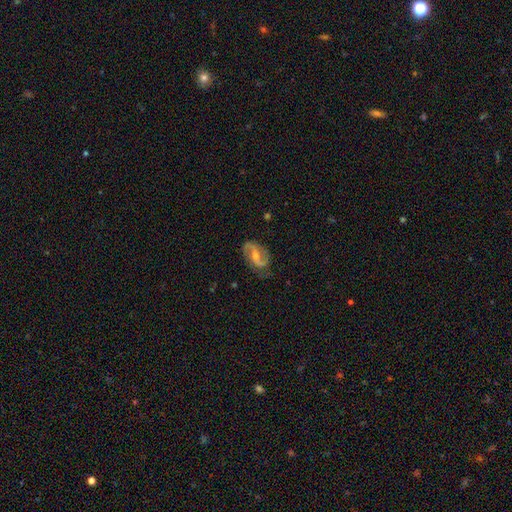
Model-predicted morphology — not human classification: This is clearly a featured or disk galaxy (85%). It is clearly not viewed edge-on (97%). Bar: marginally weak (45%). Spiral arm pattern: clearly yes (95%). Spiral arm count: clearly 2 (92%). Spiral winding: possibly medium (49%). Central bulge: possibly moderate (57%). Merging: clearly none (80%).